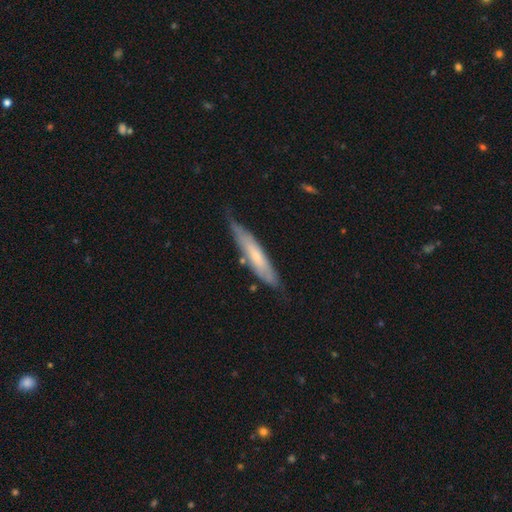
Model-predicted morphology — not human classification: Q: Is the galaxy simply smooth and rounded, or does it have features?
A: smooth — 47%, tied with featured or disk.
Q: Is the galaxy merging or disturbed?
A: none — 67%.